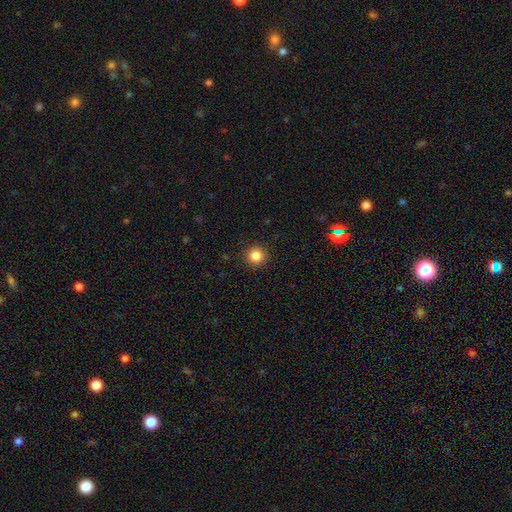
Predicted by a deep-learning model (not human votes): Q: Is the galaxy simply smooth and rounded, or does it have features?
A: smooth — 85%.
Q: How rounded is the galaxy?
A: round — 95%.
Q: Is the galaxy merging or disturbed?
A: none — 93%.